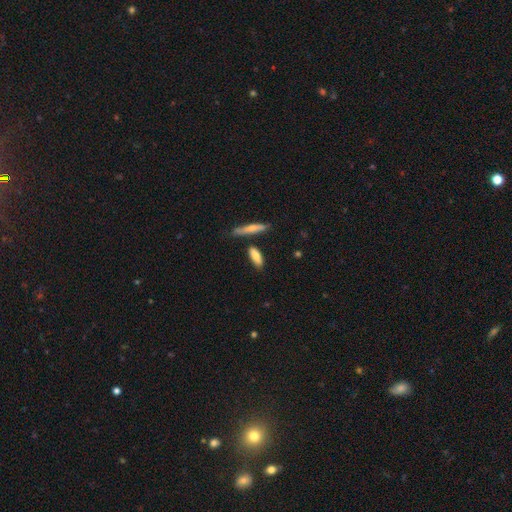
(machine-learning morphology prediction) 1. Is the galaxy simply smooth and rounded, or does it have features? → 77% smooth, 16% featured or disk, 6% star or artifact.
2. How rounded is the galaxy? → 62% in between, 35% cigar-shaped, 3% round.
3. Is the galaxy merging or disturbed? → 75% none, 14% minor disturbance, 7% merger, 3% major disturbance.